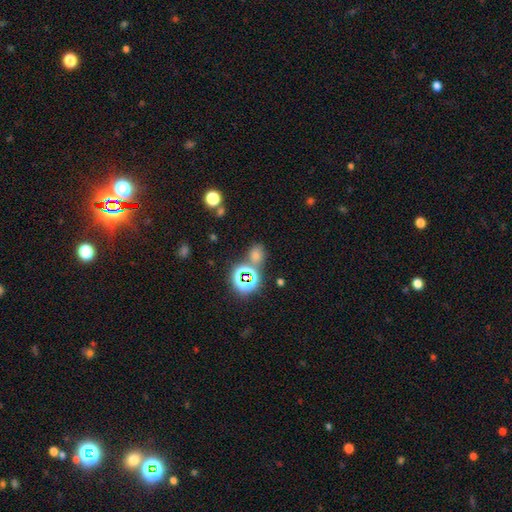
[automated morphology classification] The model was most divided on "how rounded": in between: 53%, round: 45%, cigar-shaped: 2%. More confident: merging — none (64%); smooth or featured — smooth (56%).